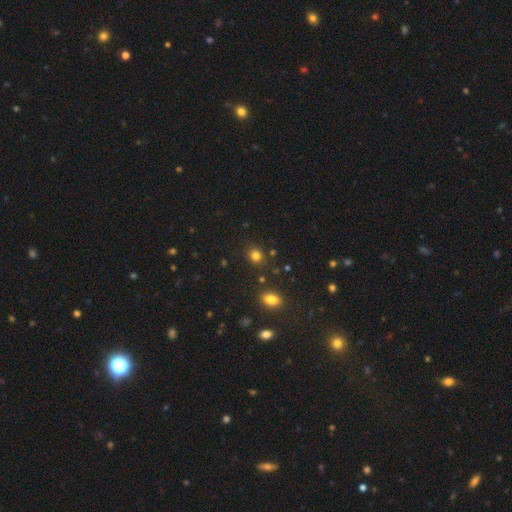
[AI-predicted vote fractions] Smooth or featured?
  - smooth: 81% *
  - star or artifact: 14%
  - featured or disk: 5%
How rounded?
  - round: 76% *
  - in between: 23%
  - cigar-shaped: 1%
Merging?
  - none: 85% *
  - minor disturbance: 8%
  - merger: 4%
  - major disturbance: 3%